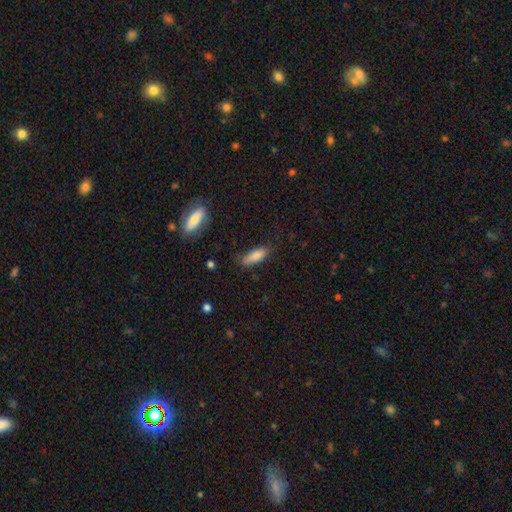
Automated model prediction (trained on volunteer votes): Overall: smooth (84%). How rounded: in between (61%; cigar-shaped 37%). Merging: none (73%).